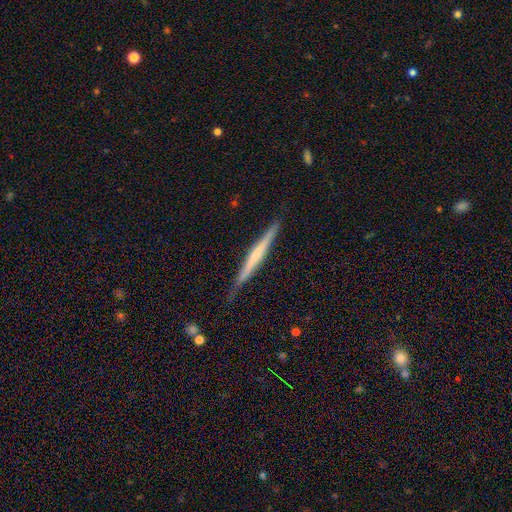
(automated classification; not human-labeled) Smooth or featured? Predicted: featured or disk (p=0.61). Edge-on disk? Predicted: yes (p=0.97). Edge-on bulge? Predicted: none (p=0.56). Merging? Predicted: none (p=0.83).